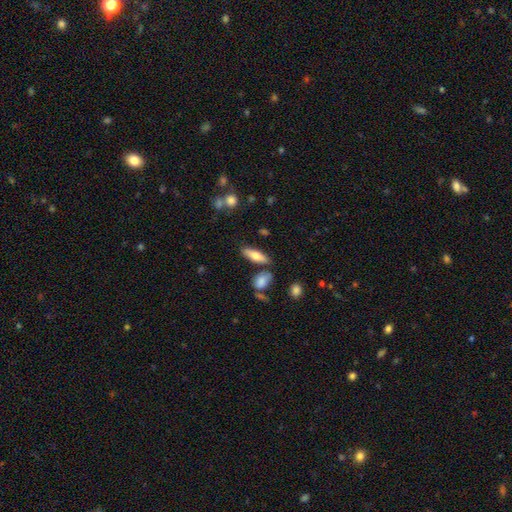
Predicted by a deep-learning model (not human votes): smooth 69%, featured or disk 25%, star or artifact 6%. Down the decision tree: how rounded — in between (52%); merging — none (78%).